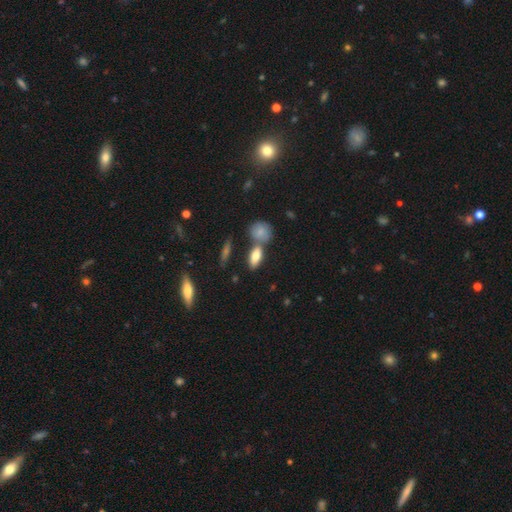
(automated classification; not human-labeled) A smooth galaxy with no disk features (79%) that is in between round and cigar-shaped (80%).

Vote fractions:
- Smooth or featured? smooth: 79% / featured or disk: 13% / star or artifact: 8%
- How rounded? in between: 80% / cigar-shaped: 15% / round: 5%
- Merging? none: 60% / merger: 23% / minor disturbance: 13% / major disturbance: 4%